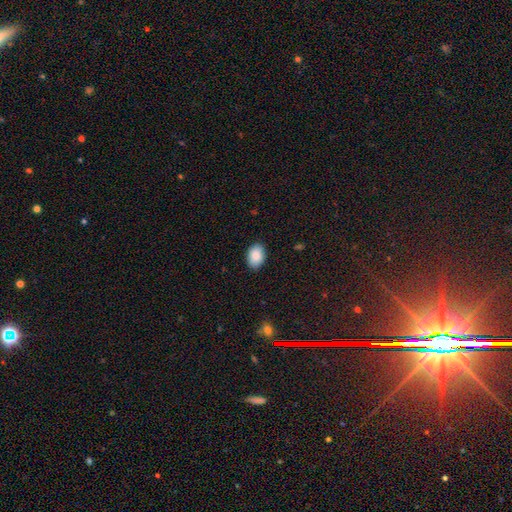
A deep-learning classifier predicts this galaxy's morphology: This appears to be a smooth galaxy with no disk features (88%) that is in between round and cigar-shaped (86%). Merging: none (88%).